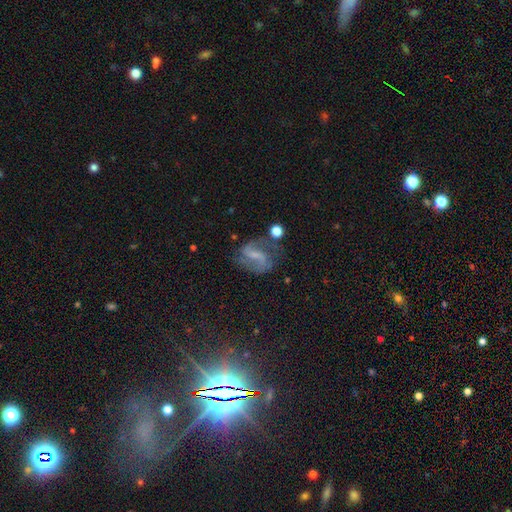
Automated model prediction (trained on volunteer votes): Morphology: type=featured or disk (80%); edge-on=no (97%); bar=weak (46%); spiral arms=yes (94%); winding=medium (44%); arm count=2 (89%); bulge=small (47%); merging=none (62%).